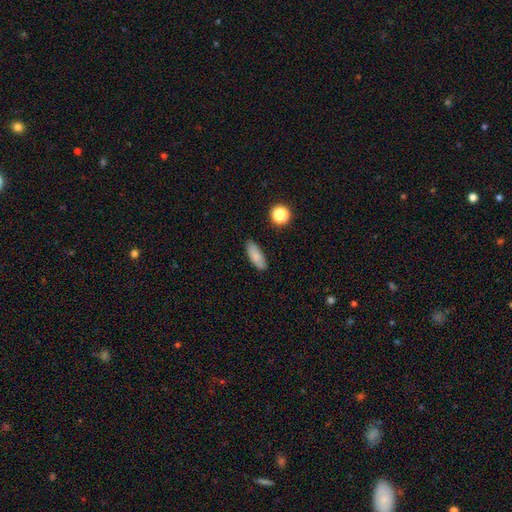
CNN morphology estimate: A smooth galaxy with no disk features (82%) that is in between round and cigar-shaped (70%). Merging: none (84%).